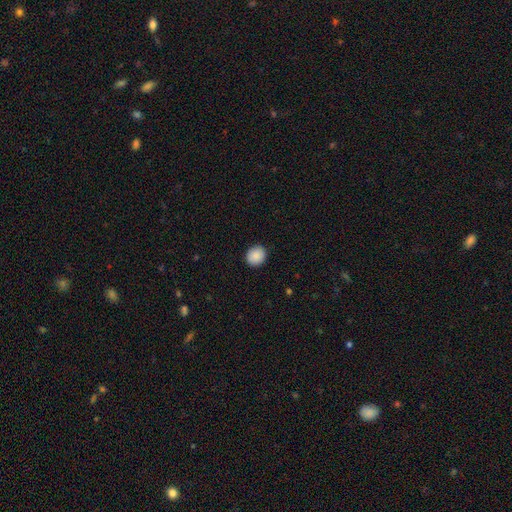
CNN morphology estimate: type=smooth (89%); roundness=round (79%); merging=none (91%).